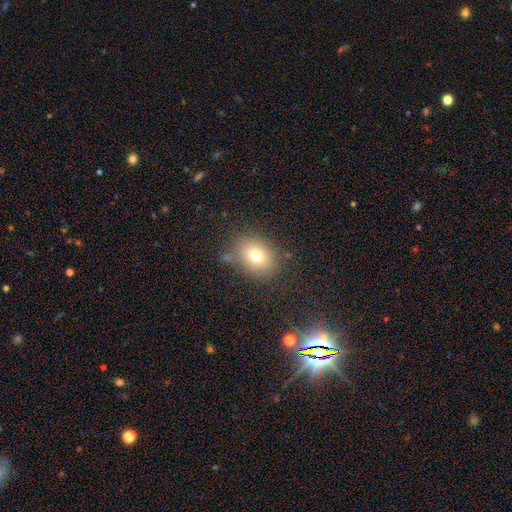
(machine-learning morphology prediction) type=smooth (74%); roundness=round (50%); merging=none (76%).